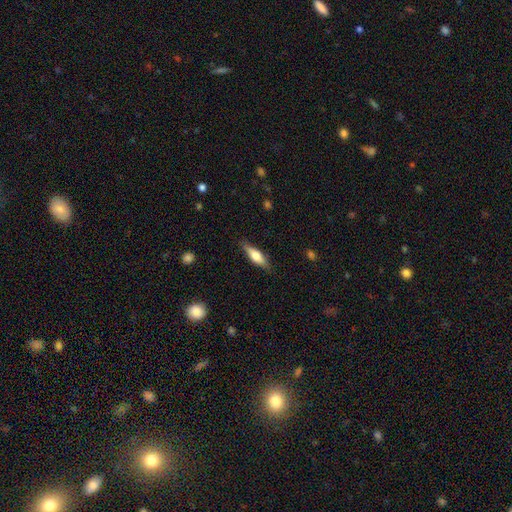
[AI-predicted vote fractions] Smooth or featured?
  - smooth: 57% *
  - featured or disk: 37%
  - star or artifact: 6%
How rounded?
  - cigar-shaped: 56% *
  - in between: 42%
  - round: 2%
Merging?
  - none: 84% *
  - minor disturbance: 12%
  - major disturbance: 3%
  - merger: 1%